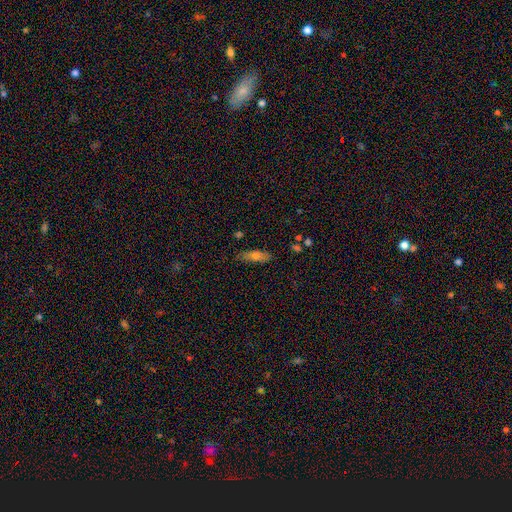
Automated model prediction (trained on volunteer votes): Smooth or featured?
  - smooth: 69% *
  - featured or disk: 22%
  - star or artifact: 9%
How rounded?
  - in between: 55% *
  - cigar-shaped: 43%
  - round: 3%
Merging?
  - none: 79% *
  - minor disturbance: 16%
  - major disturbance: 3%
  - merger: 2%